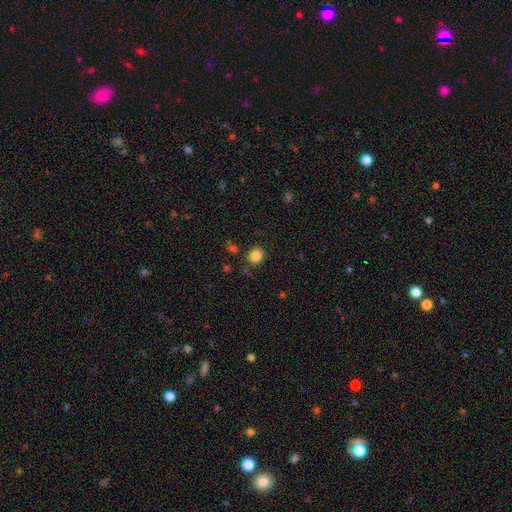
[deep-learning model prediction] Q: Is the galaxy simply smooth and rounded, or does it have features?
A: smooth — 85%.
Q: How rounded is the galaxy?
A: round — 72%.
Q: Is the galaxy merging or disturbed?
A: none — 85%.